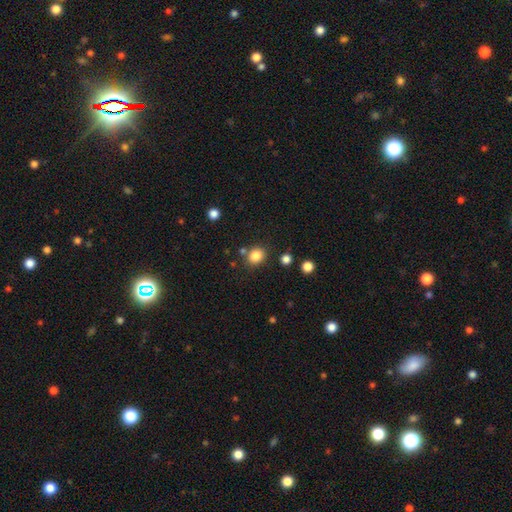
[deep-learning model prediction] A smooth galaxy with no disk features (84%) that is round (66%). Merging: none (79%).